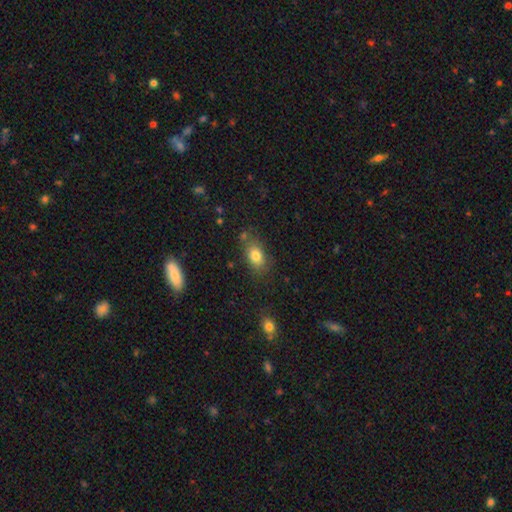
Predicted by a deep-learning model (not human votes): Overall: smooth (79%). How rounded: in between (83%). Merging: none (74%).